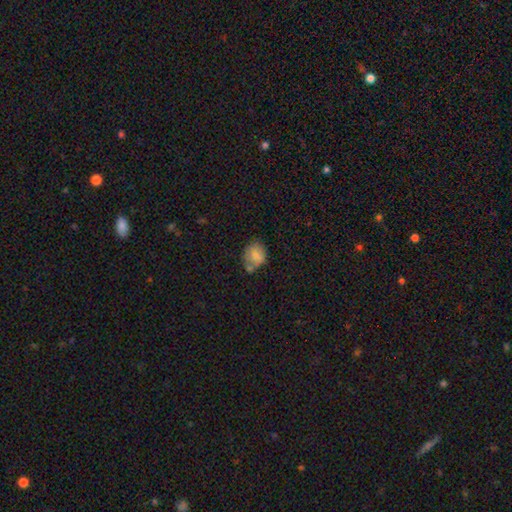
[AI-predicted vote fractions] smooth-or-featured: smooth: 77% | featured or disk: 13% | star or artifact: 9%
  how-rounded: round: 61% | in between: 38% | cigar-shaped: 1%
  merging: none: 45% | minor disturbance: 24% | merger: 22% | major disturbance: 9%